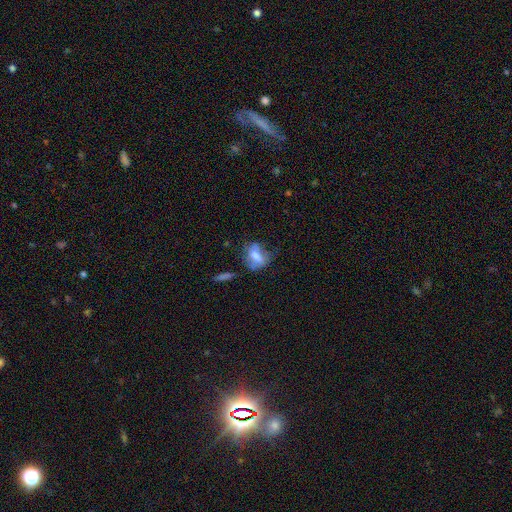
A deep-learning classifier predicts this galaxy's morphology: Overall: smooth (58%; featured or disk 32%). How rounded: in between (70%). Merging: none (44%; minor disturbance 29%).